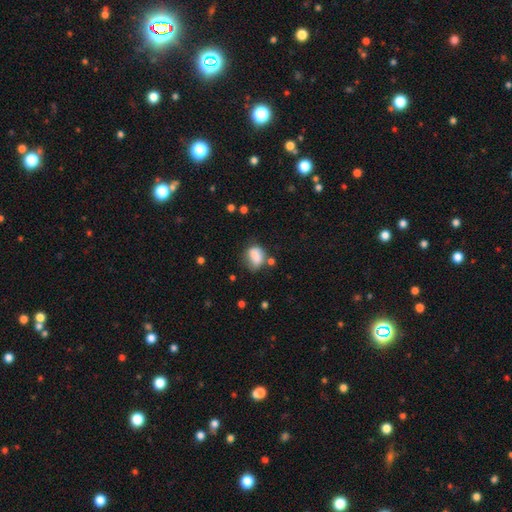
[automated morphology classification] This appears to be a smooth galaxy with no disk features (79%) that is in between round and cigar-shaped (62%). Merging: none (45%).